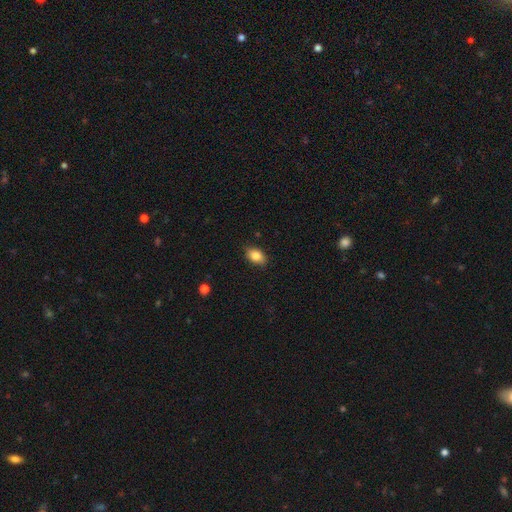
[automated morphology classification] smooth 85%, star or artifact 8%, featured or disk 7%. Down the decision tree: how rounded — in between (85%); merging — none (85%).